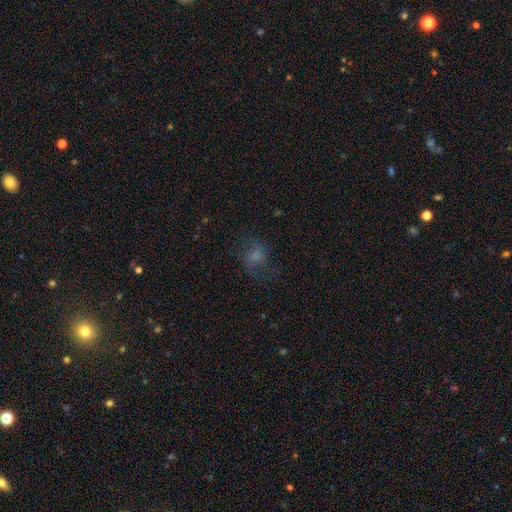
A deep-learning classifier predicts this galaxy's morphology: A smooth galaxy with no disk features (47%).

Vote fractions:
- Smooth or featured? smooth: 47% / featured or disk: 31% / star or artifact: 22%
- Merging? none: 61% / minor disturbance: 20% / major disturbance: 17% / merger: 1%